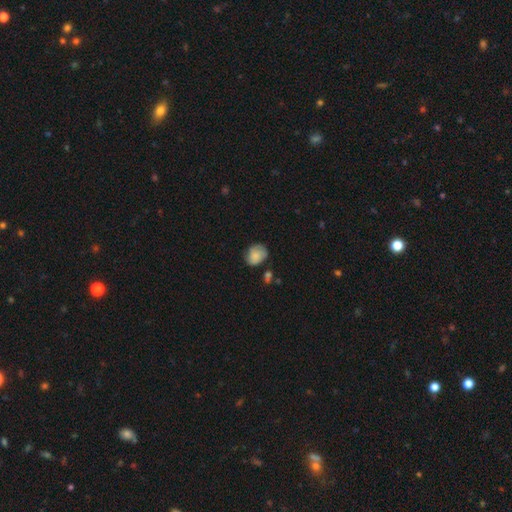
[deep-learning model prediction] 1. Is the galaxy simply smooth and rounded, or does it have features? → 82% smooth, 10% featured or disk, 8% star or artifact.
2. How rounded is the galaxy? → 51% round, 48% in between, 1% cigar-shaped.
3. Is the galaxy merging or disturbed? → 61% none, 28% minor disturbance, 7% major disturbance, 4% merger.